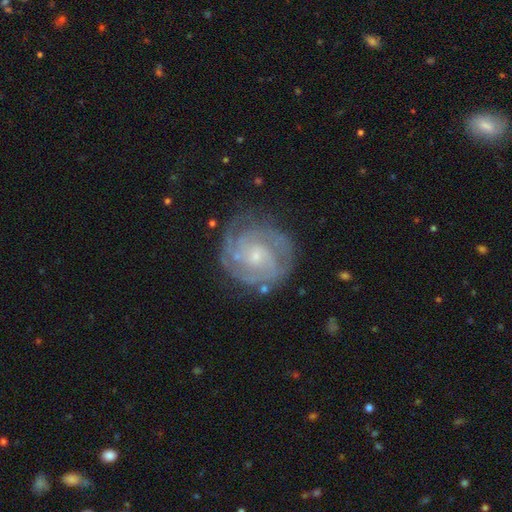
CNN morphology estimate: smooth_or_featured: featured or disk (p=0.85) [alt: smooth p=0.09]
disk_edge_on: no (p=0.98) [alt: yes p=0.02]
bar: no (p=0.67) [alt: weak p=0.28]
has_spiral_arms: yes (p=0.96) [alt: no p=0.04]
spiral_winding: tight (p=0.71) [alt: medium p=0.25]
spiral_arm_count: can't tell (p=0.27) [alt: 3 p=0.26]
bulge_size: small (p=0.71) [alt: moderate p=0.24]
merging: none (p=0.77) [alt: minor disturbance p=0.16]